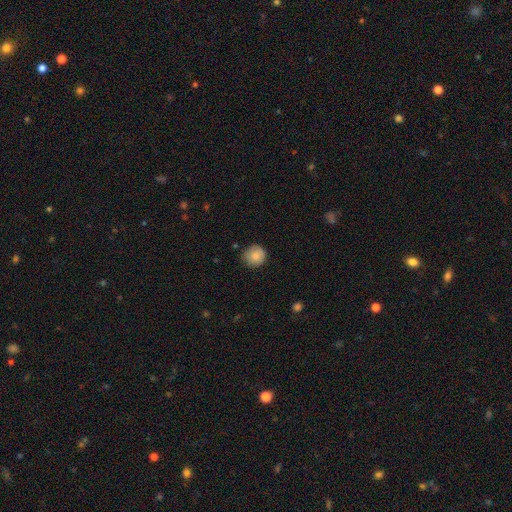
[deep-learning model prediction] Smooth or featured? smooth (84%)
How rounded? round (92%)
Merging? none (80%)